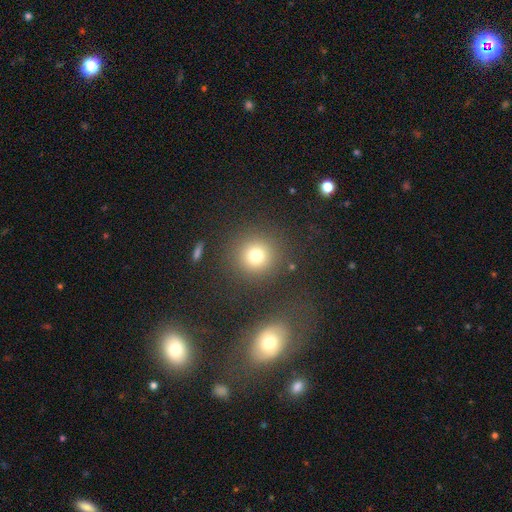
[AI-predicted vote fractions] Smooth or featured: smooth — 75% (star or artifact — 16%)
How rounded: round — 93% (in between — 6%)
Merging: none — 86% (minor disturbance — 7%)